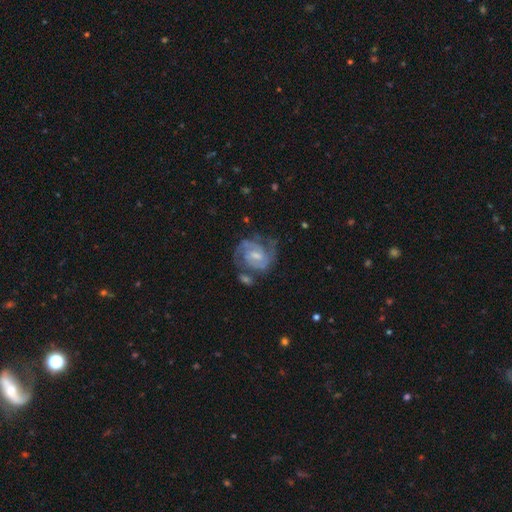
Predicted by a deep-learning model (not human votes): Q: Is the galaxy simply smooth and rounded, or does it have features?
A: featured or disk — 81%.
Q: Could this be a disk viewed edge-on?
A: no — 98%.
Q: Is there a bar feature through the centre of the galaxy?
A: weak — 58%.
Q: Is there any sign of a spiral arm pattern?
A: yes — 92%.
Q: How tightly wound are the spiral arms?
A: tight — 47%.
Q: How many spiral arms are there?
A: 2 — 58%.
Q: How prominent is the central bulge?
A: small — 44%.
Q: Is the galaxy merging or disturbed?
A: none — 55%.